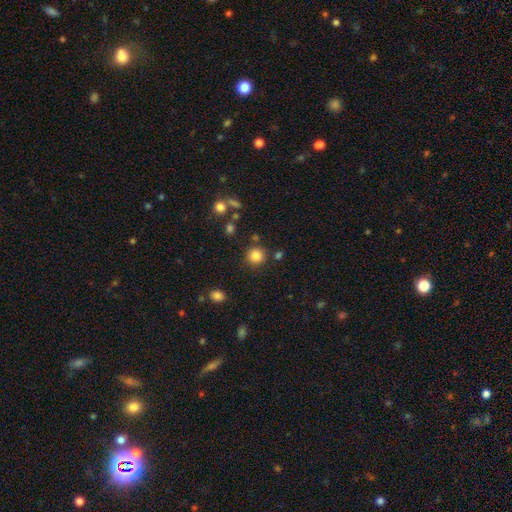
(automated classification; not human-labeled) Smooth or featured? Predicted: smooth (p=0.84). How rounded? Predicted: round (p=0.92). Merging? Predicted: none (p=0.84).